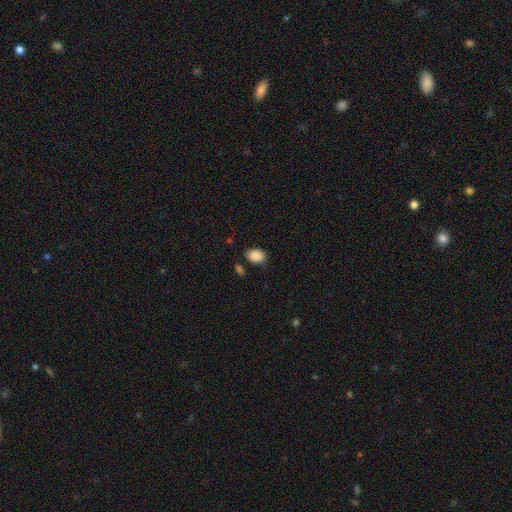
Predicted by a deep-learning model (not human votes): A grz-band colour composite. It shows a smooth galaxy with no disk features (89%) that is in between round and cigar-shaped (76%). Merging: none (81%).